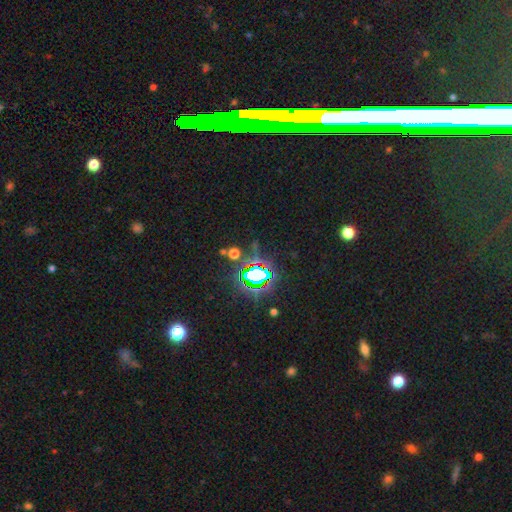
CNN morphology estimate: smooth_or_featured: star or artifact (p=0.78) [alt: smooth p=0.13]